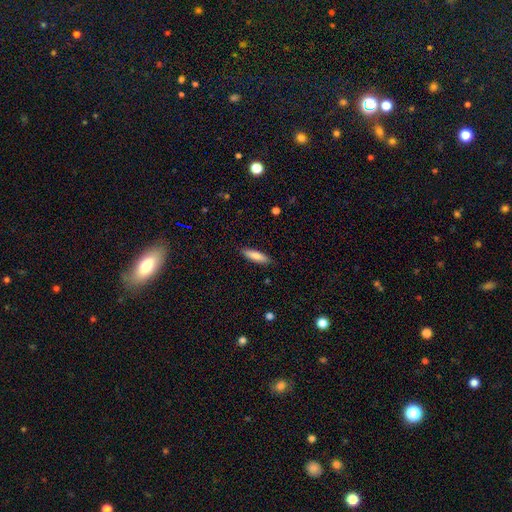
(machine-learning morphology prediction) Smooth or featured? smooth (83%)
How rounded? cigar-shaped (65%)
Merging? none (88%)